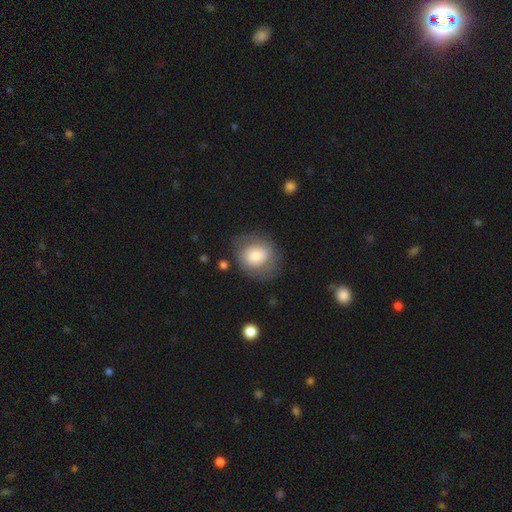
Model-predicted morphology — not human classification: A smooth galaxy with no disk features (68%) that is round (69%). Merging: none (70%).